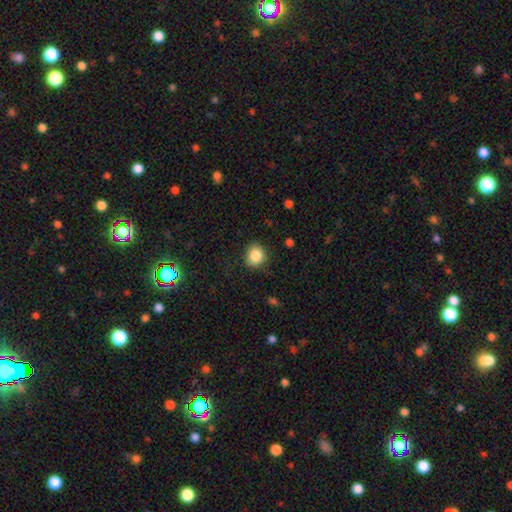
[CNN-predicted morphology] The model was most divided on "how rounded": round: 76%, in between: 23%, cigar-shaped: 1%. More confident: smooth or featured — smooth (85%); merging — none (83%).